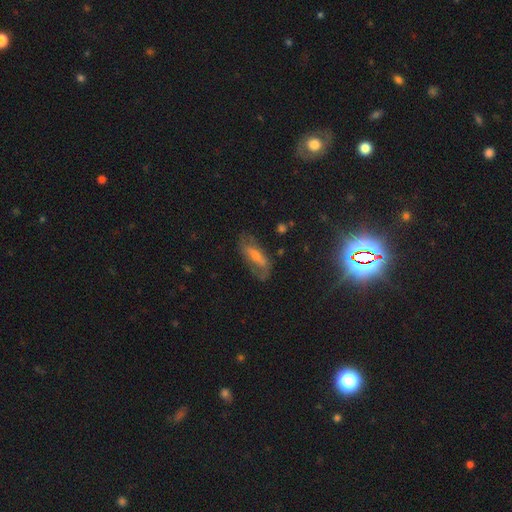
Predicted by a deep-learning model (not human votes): Smooth or featured? featured or disk (50%)
Edge-on disk? no (78%)
Merging? none (64%)